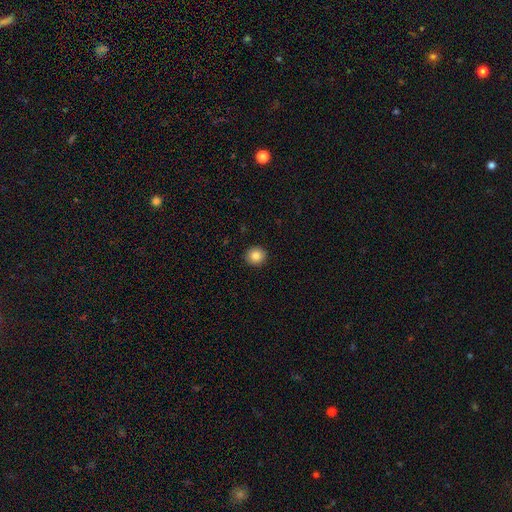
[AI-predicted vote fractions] Morphology: type=smooth (85%); roundness=round (91%); merging=none (93%).